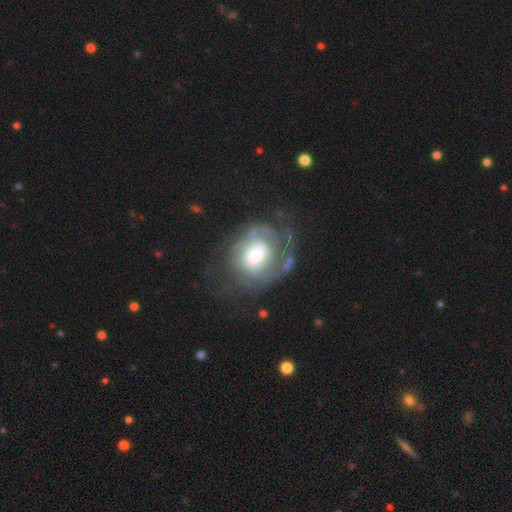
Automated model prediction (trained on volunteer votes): featured or disk 74%, smooth 19%, star or artifact 7%. Down the decision tree: edge-on disk — no (97%); bar — no (69%); spiral arms — yes (77%); spiral arm count — can't tell (41%); spiral winding — tight (55%); bulge size — moderate (47%); merging — none (53%).